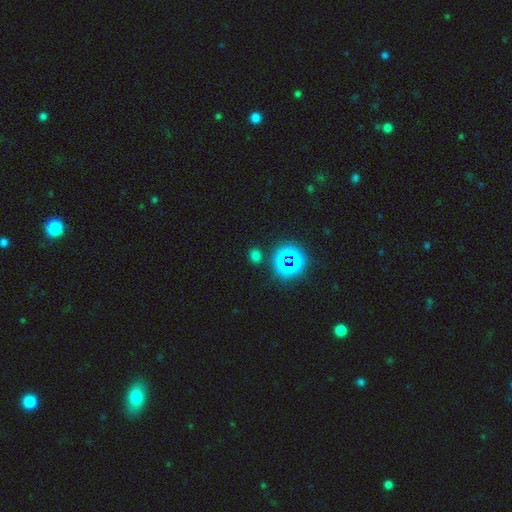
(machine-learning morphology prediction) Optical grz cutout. It shows a smooth galaxy with no disk features (61%) that is round (61%). Merging: none (83%).